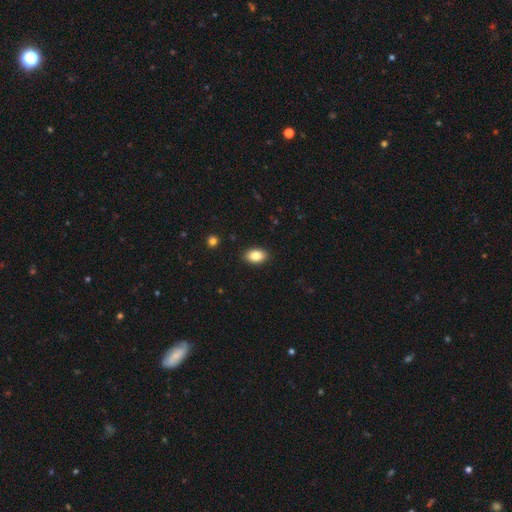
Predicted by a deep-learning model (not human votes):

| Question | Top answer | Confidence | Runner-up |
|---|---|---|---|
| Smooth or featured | smooth | 84% | featured or disk (8%) |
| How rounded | in between | 90% | round (9%) |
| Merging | none | 90% | minor disturbance (7%) |